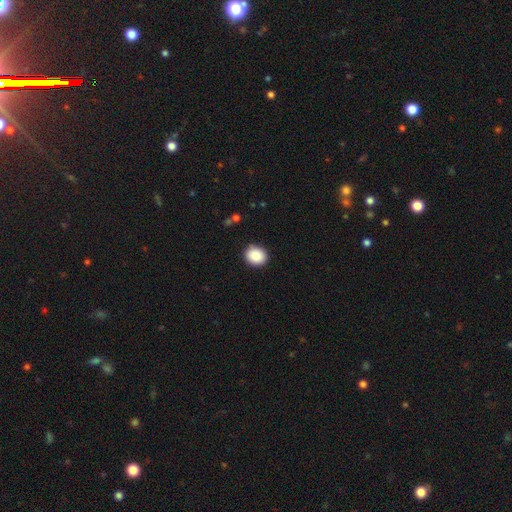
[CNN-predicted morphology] smooth_or_featured: smooth (p=0.89) [alt: star or artifact p=0.08]
how_rounded: round (p=0.66) [alt: in between p=0.33]
merging: none (p=0.89) [alt: minor disturbance p=0.08]